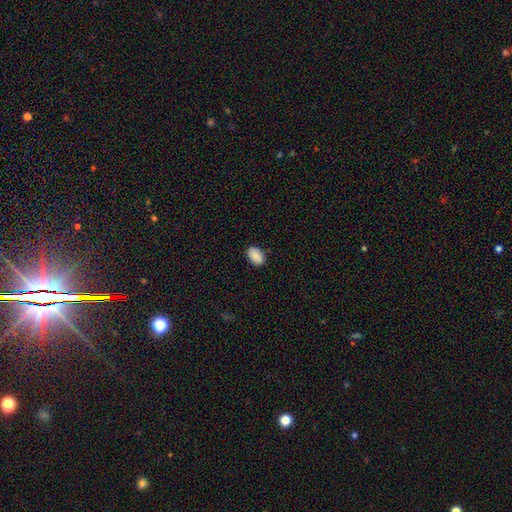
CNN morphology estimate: Overall: smooth (89%). How rounded: in between (89%). Merging: none (87%).